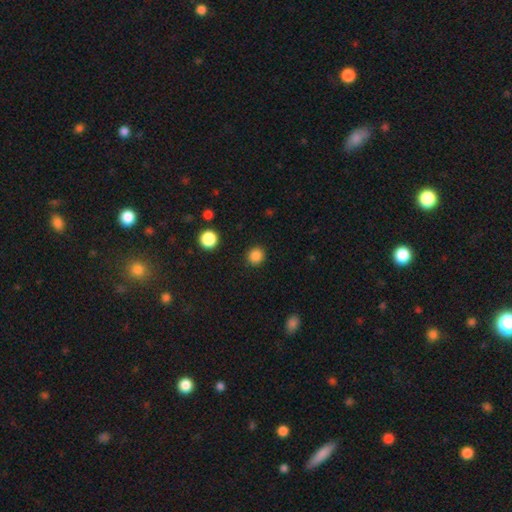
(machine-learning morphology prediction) Smooth or featured: smooth — 86% (star or artifact — 11%)
How rounded: round — 89% (in between — 10%)
Merging: none — 90% (minor disturbance — 6%)